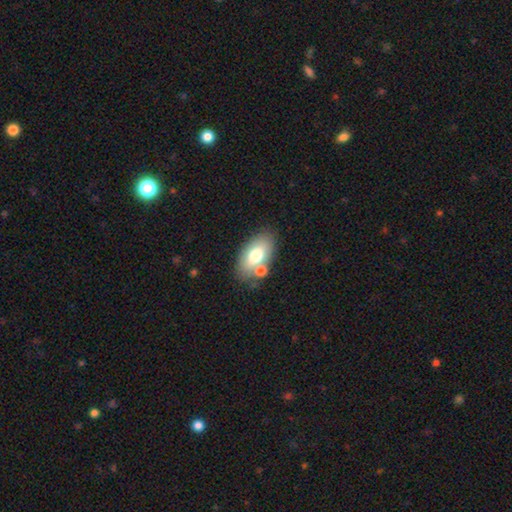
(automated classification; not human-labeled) smooth 69%, featured or disk 23%, star or artifact 8%. Down the decision tree: how rounded — in between (91%); merging — none (66%).